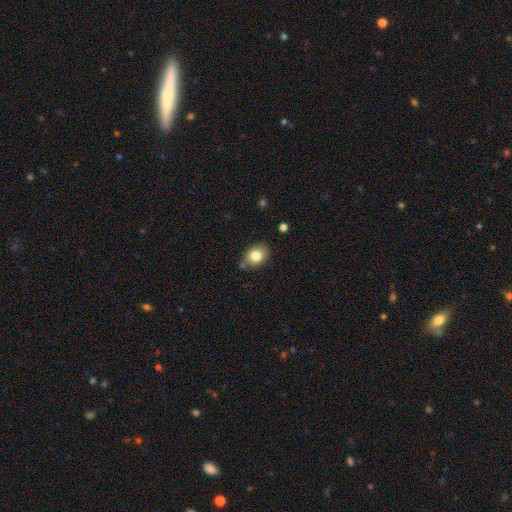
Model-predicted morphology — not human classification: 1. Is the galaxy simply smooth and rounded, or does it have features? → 80% smooth, 10% featured or disk, 10% star or artifact.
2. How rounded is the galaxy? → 55% in between, 44% round, 1% cigar-shaped.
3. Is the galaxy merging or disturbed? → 77% none, 15% minor disturbance, 5% merger, 3% major disturbance.